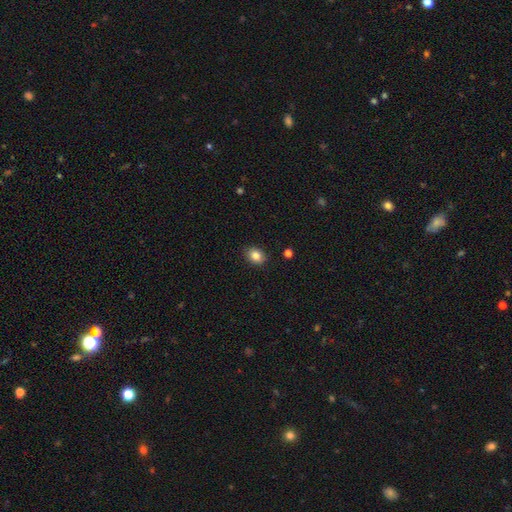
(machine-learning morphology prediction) type=smooth (84%); roundness=in between (55%); merging=none (88%).